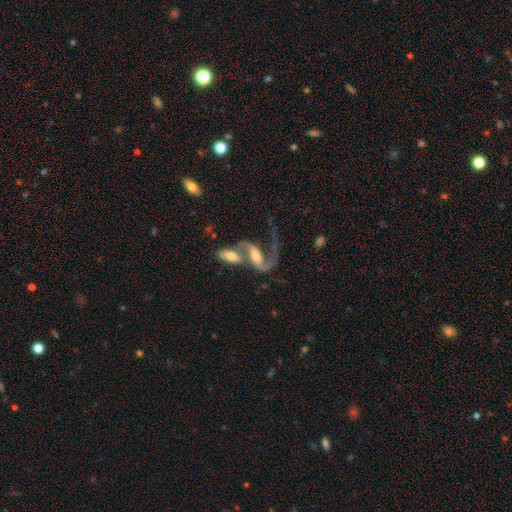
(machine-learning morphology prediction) Smooth or featured? Predicted: featured or disk (p=0.79). Edge-on disk? Predicted: no (p=0.93). Bar? Predicted: weak (p=0.38). Spiral arms? Predicted: yes (p=0.92). Spiral winding? Predicted: loose (p=0.63). Spiral arm count? Predicted: 2 (p=0.70). Bulge size? Predicted: moderate (p=0.50). Merging? Predicted: merger (p=0.59).